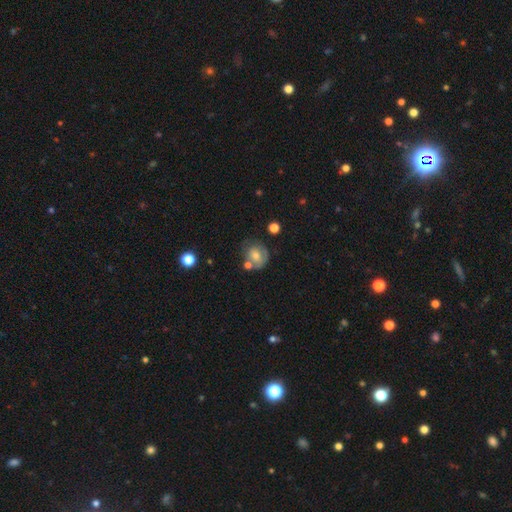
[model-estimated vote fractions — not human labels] Q: Smooth or featured?
A: smooth (55%); runner-up: featured or disk (36%)
Q: How rounded?
A: round (69%); runner-up: in between (30%)
Q: Merging?
A: none (49%); runner-up: minor disturbance (24%)